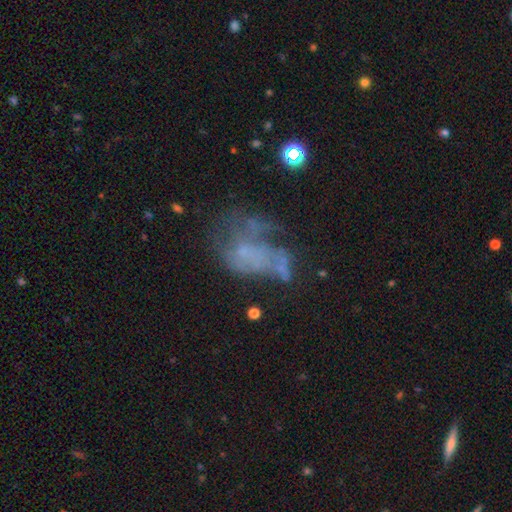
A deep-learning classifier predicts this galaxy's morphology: type=featured or disk (53%); edge-on=no (97%); bar=no (90%); spiral arms=no (81%); bulge=none (72%); merging=major disturbance (42%).